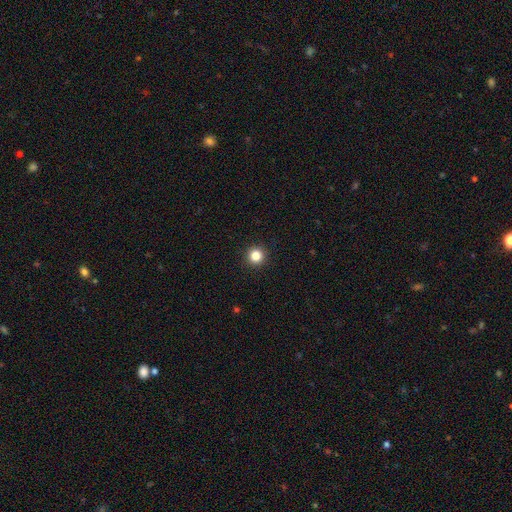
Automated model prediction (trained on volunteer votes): Morphology: type=smooth (84%); roundness=round (96%); merging=none (94%).